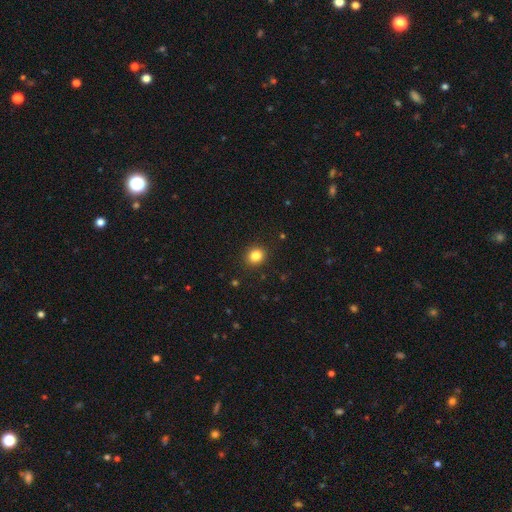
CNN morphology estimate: This appears to be a smooth galaxy with no disk features (83%) that is round (78%). Merging: none (91%).